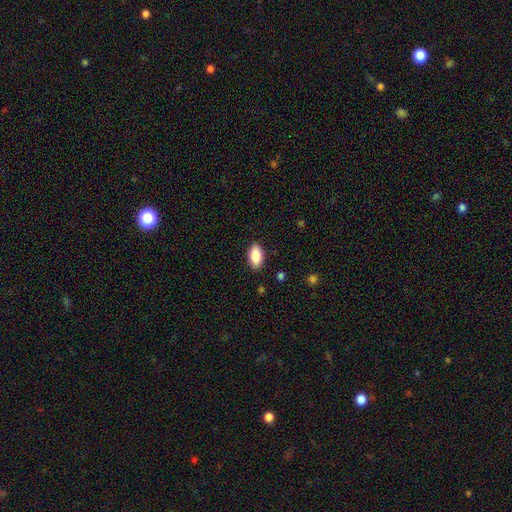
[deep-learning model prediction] The model was most divided on "merging": none: 88%, minor disturbance: 9%, major disturbance: 2%, merger: 1%. More confident: how rounded — in between (93%); smooth or featured — smooth (87%).